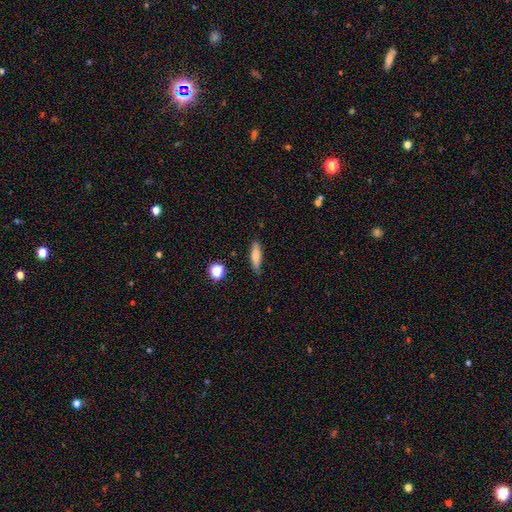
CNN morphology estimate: Smooth or featured? Predicted: smooth (p=0.69). How rounded? Predicted: cigar-shaped (p=0.71). Merging? Predicted: none (p=0.82).